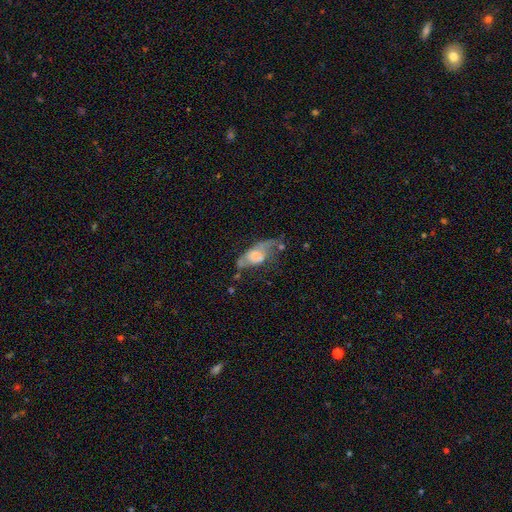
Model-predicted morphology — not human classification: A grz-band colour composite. It shows a smooth galaxy with no disk features (48%). Merging: major disturbance (43%).